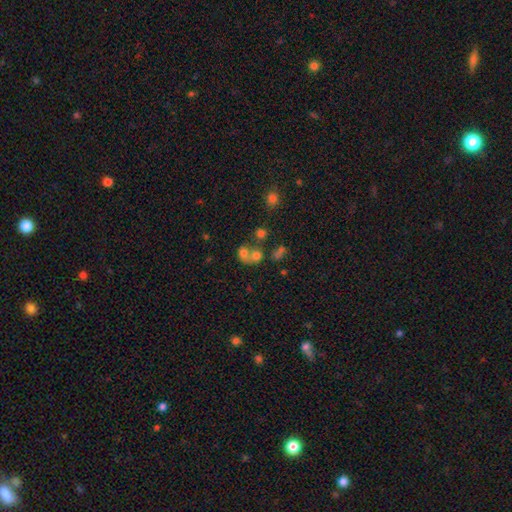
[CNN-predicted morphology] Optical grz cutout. It shows a smooth galaxy with no disk features (65%) that is round (63%). Merging: merger (61%).